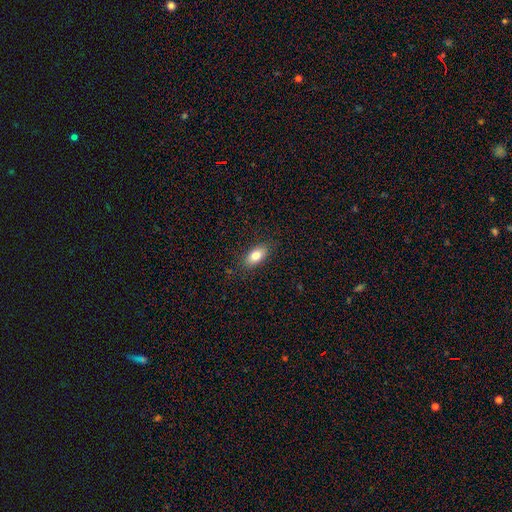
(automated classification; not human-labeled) Smooth or featured: smooth — 80% (featured or disk — 12%)
How rounded: in between — 89% (cigar-shaped — 6%)
Merging: none — 86% (minor disturbance — 10%)